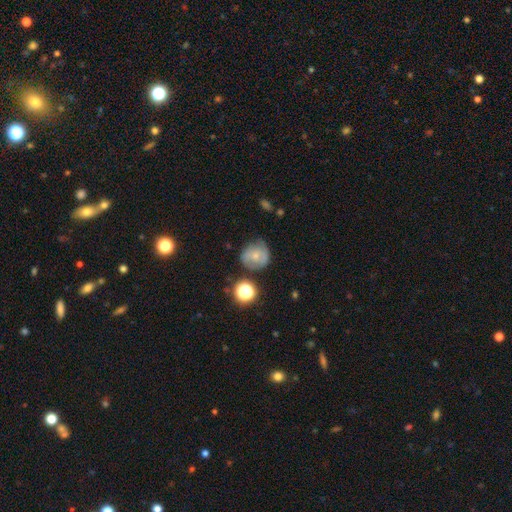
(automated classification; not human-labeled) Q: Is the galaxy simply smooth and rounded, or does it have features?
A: smooth — 59%.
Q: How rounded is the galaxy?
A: round — 84%.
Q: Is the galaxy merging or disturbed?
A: none — 59%.